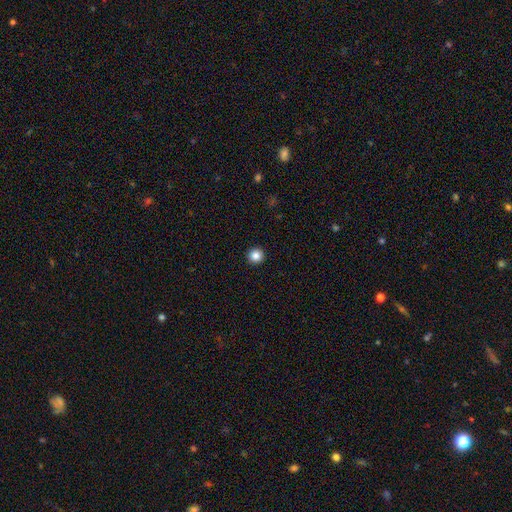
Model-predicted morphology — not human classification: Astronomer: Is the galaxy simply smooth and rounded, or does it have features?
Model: smooth — 86%.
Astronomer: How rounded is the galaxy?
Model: round — 96%.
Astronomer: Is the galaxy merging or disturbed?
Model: none — 94%.